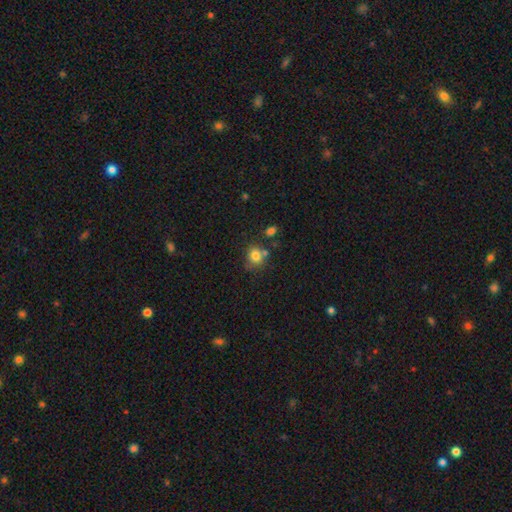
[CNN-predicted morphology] A smooth galaxy with no disk features (80%) that is round (69%).

Vote fractions:
- Smooth or featured? smooth: 80% / star or artifact: 12% / featured or disk: 8%
- How rounded? round: 69% / in between: 30% / cigar-shaped: 1%
- Merging? none: 62% / minor disturbance: 16% / merger: 16% / major disturbance: 5%